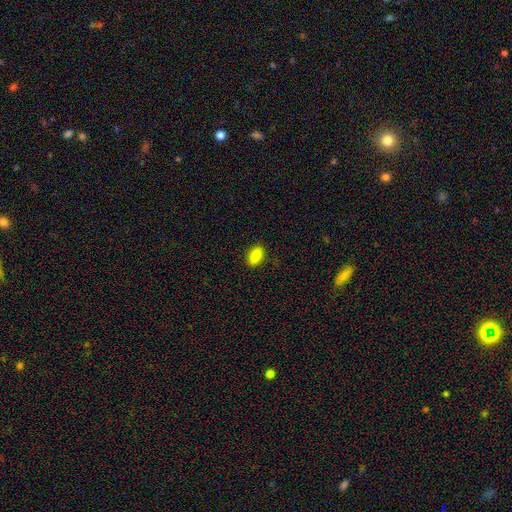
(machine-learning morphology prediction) This appears to be a smooth galaxy with no disk features (89%) that is in between round and cigar-shaped (91%). Merging: none (88%).